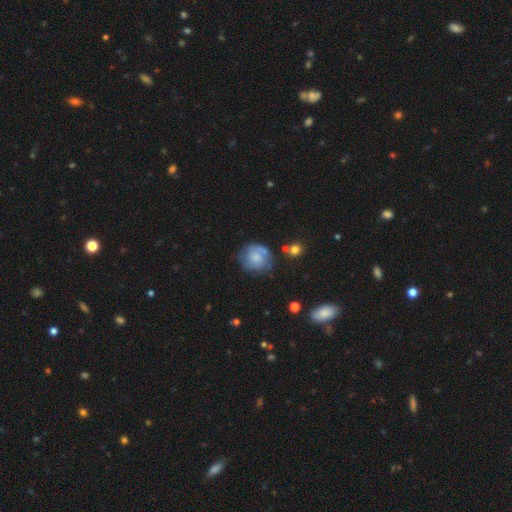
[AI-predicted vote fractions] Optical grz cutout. It shows a smooth galaxy with no disk features (47%). Merging: none (63%).